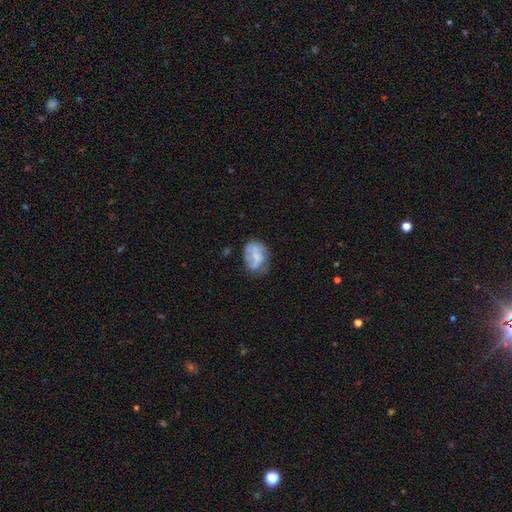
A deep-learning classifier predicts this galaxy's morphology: smooth_or_featured: smooth (p=0.50) [alt: featured or disk p=0.42]
merging: none (p=0.44) [alt: minor disturbance p=0.31]